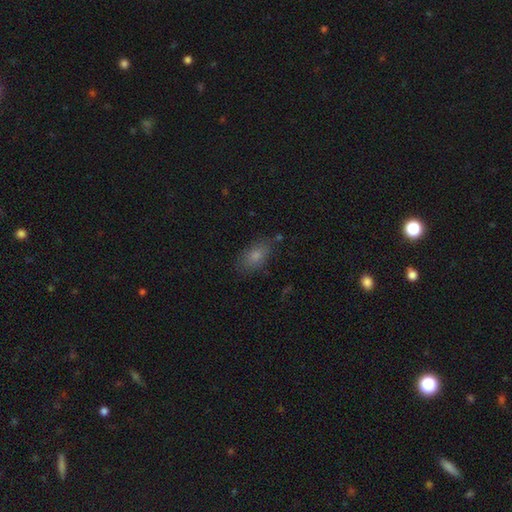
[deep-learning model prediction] Smooth or featured?
  - smooth: 76% *
  - featured or disk: 12%
  - star or artifact: 11%
How rounded?
  - in between: 88% *
  - round: 7%
  - cigar-shaped: 6%
Merging?
  - none: 74% *
  - minor disturbance: 18%
  - major disturbance: 5%
  - merger: 4%